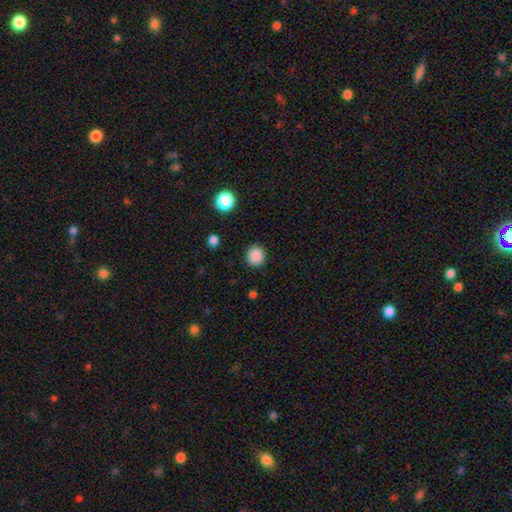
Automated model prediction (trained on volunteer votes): This appears to be a smooth galaxy with no disk features (87%) that is round (93%). Merging: none (91%).